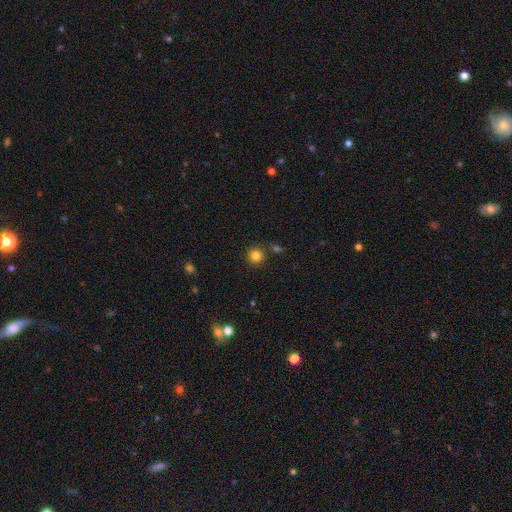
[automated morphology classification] Smooth or featured: smooth — 83% (star or artifact — 13%)
How rounded: round — 94% (in between — 5%)
Merging: none — 83% (minor disturbance — 8%)